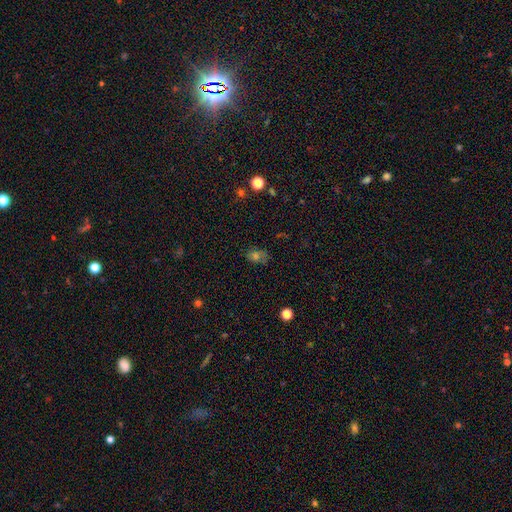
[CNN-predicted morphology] This appears to be a smooth galaxy with no disk features (55%) that is in between round and cigar-shaped (62%). Merging: none (68%).